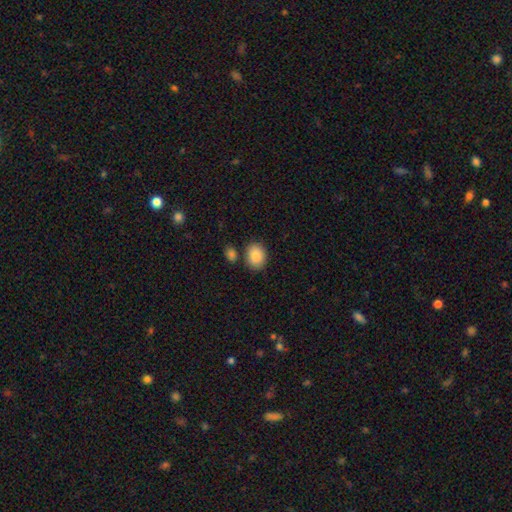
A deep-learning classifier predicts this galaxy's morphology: This appears to be a smooth galaxy with no disk features (88%) that is in between round and cigar-shaped (63%). Merging: none (77%).